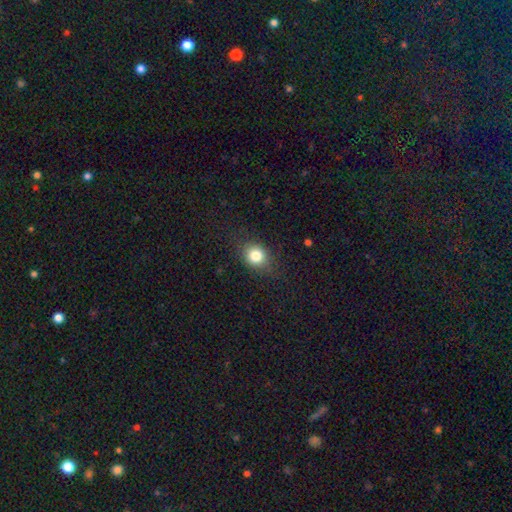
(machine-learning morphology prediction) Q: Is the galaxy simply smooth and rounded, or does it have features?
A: smooth — 81%.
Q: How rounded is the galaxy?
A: round — 68%.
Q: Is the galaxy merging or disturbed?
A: none — 80%.